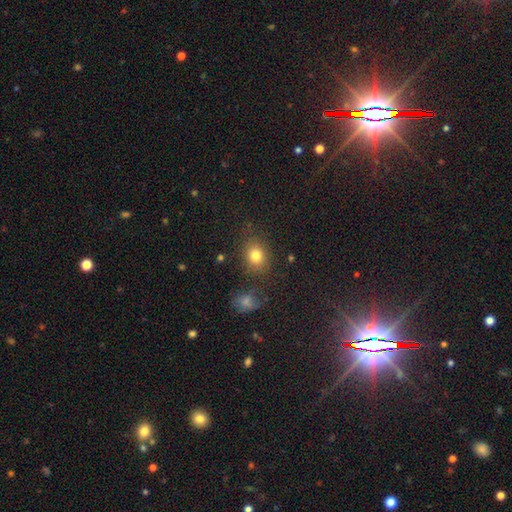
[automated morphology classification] Q: Smooth or featured?
A: smooth (79%); runner-up: star or artifact (13%)
Q: How rounded?
A: round (56%); runner-up: in between (43%)
Q: Merging?
A: none (80%); runner-up: minor disturbance (12%)